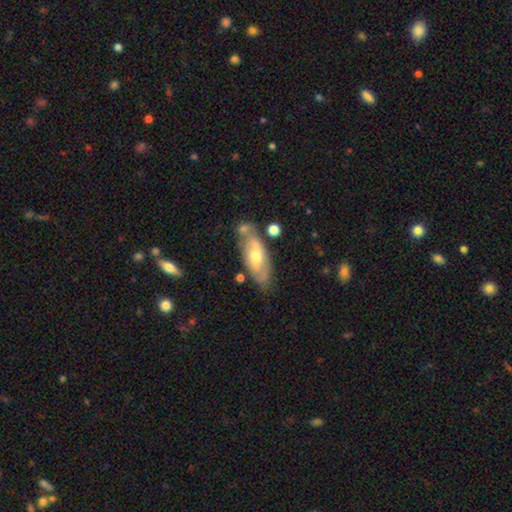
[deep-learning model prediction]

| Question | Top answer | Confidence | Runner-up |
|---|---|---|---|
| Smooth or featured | featured or disk | 56% | smooth (38%) |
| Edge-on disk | no | 78% | yes (22%) |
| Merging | none | 64% | minor disturbance (20%) |